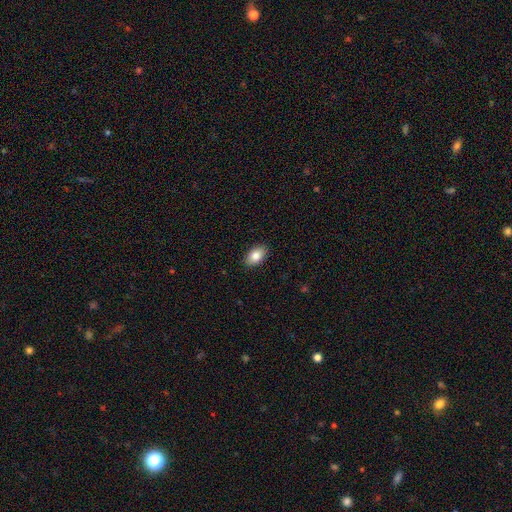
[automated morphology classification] Smooth or featured? Predicted: smooth (p=0.83). How rounded? Predicted: in between (p=0.91). Merging? Predicted: none (p=0.89).